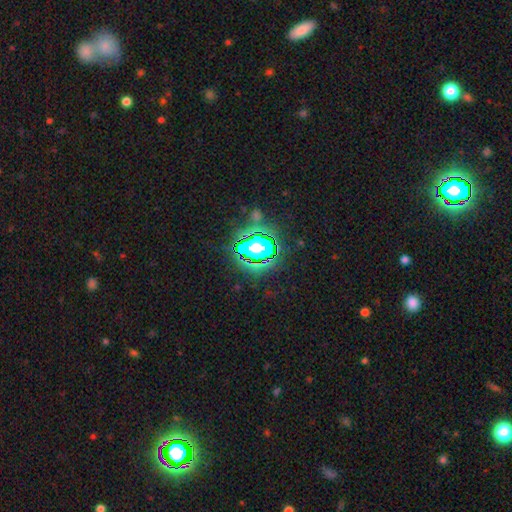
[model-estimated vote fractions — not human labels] The model was most divided on "smooth or featured": star or artifact: 78%, smooth: 13%, featured or disk: 8%.